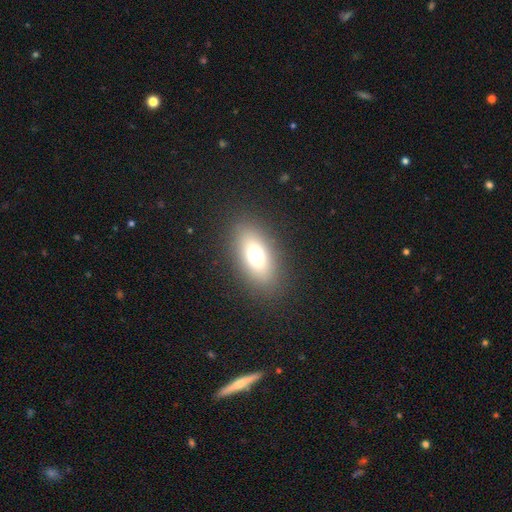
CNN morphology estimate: smooth 69%, featured or disk 17%, star or artifact 14%. Down the decision tree: how rounded — in between (82%); merging — none (86%).